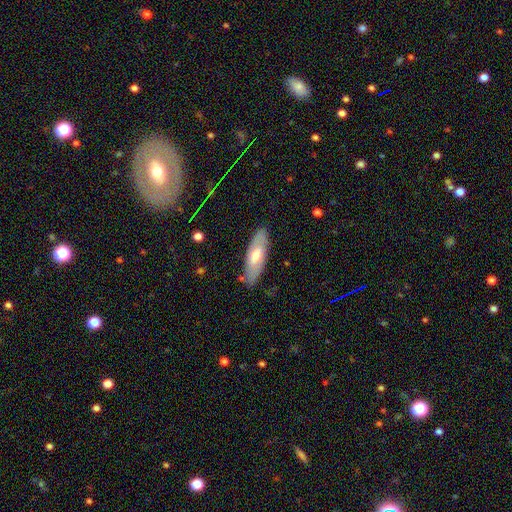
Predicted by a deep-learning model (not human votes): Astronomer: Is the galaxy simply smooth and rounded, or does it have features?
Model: smooth — 54% (runner-up: featured or disk, 40%).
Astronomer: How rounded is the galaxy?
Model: in between — 62%.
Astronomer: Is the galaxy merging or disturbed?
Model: none — 83%.